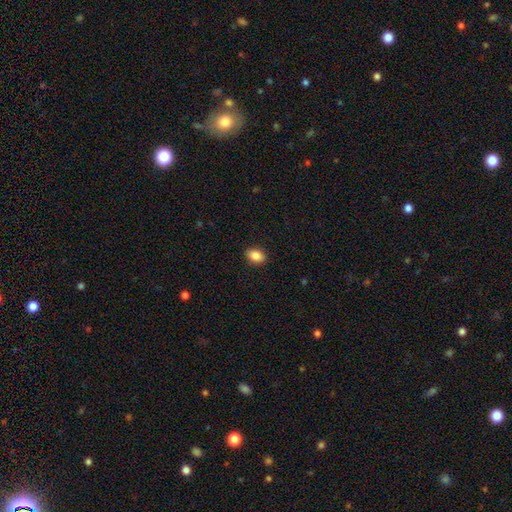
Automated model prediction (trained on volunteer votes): This is clearly a smooth galaxy (88%). How rounded: clearly in between (83%). Merging: clearly none (90%).